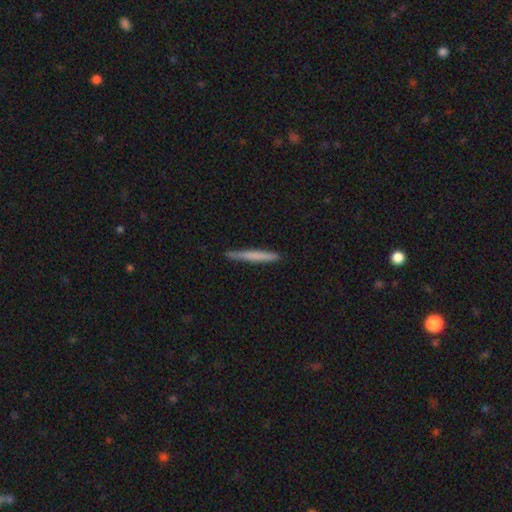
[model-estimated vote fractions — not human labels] Smooth or featured? Predicted: smooth (p=0.65). How rounded? Predicted: cigar-shaped (p=0.97). Merging? Predicted: none (p=0.90).